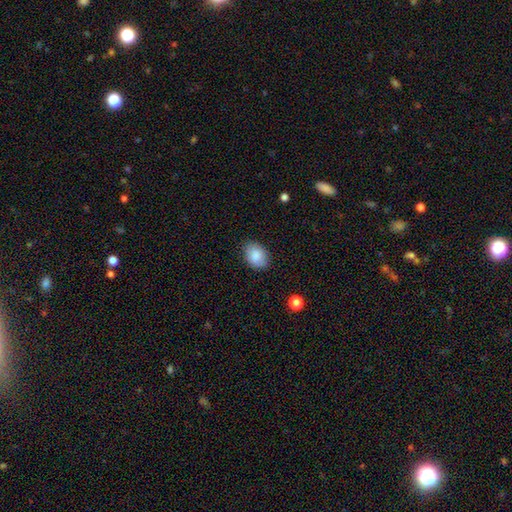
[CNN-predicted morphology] type=smooth (87%); roundness=in between (75%); merging=none (84%).